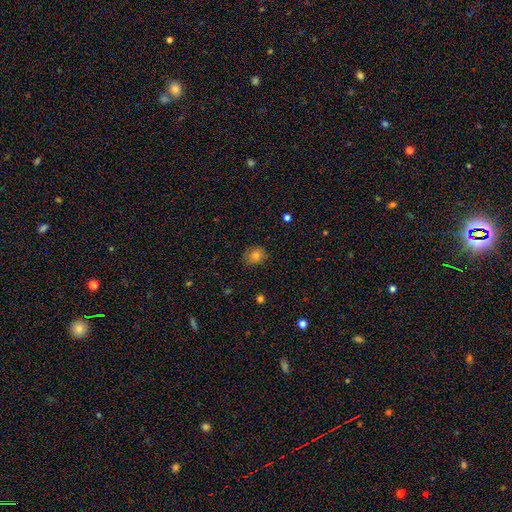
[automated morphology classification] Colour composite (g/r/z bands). It shows a smooth galaxy with no disk features (79%) that is round (65%). Merging: none (82%).